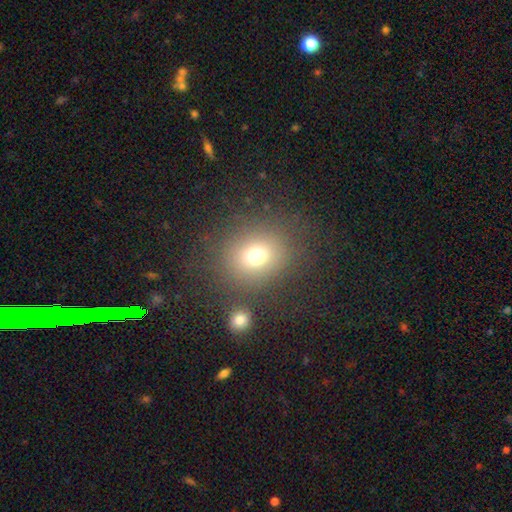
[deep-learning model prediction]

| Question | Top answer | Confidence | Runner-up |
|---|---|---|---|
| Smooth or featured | smooth | 72% | star or artifact (17%) |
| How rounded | round | 70% | in between (29%) |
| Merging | none | 76% | minor disturbance (10%) |